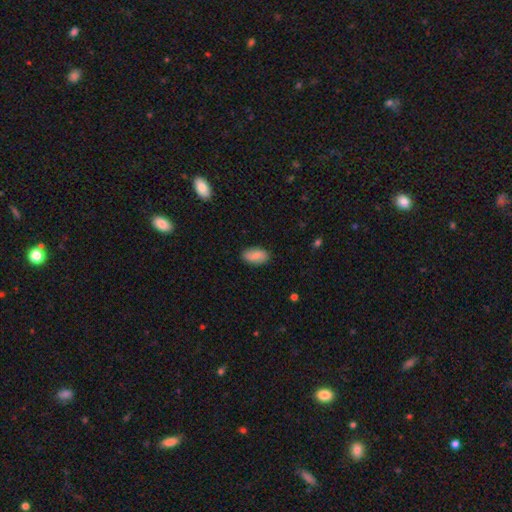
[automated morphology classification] A smooth galaxy with no disk features (77%) that is in between round and cigar-shaped (94%).

Vote fractions:
- Smooth or featured? smooth: 77% / featured or disk: 16% / star or artifact: 7%
- How rounded? in between: 94% / round: 3% / cigar-shaped: 3%
- Merging? none: 87% / minor disturbance: 10% / major disturbance: 2% / merger: 1%